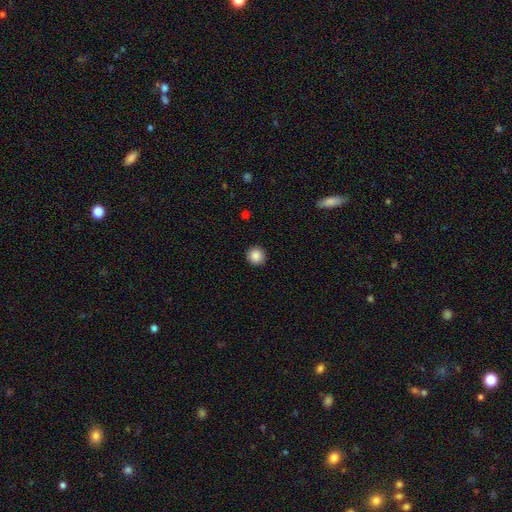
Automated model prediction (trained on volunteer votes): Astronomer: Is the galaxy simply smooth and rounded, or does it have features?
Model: smooth — 88%.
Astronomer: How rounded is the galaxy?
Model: round — 95%.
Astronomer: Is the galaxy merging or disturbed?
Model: none — 92%.